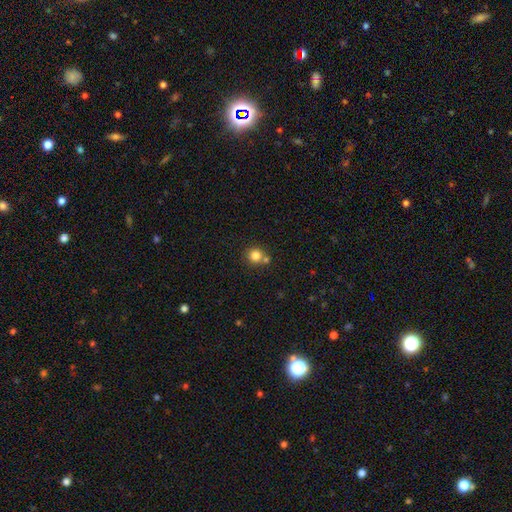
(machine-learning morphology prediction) Overall: smooth (81%). How rounded: round (91%). Merging: none (65%).